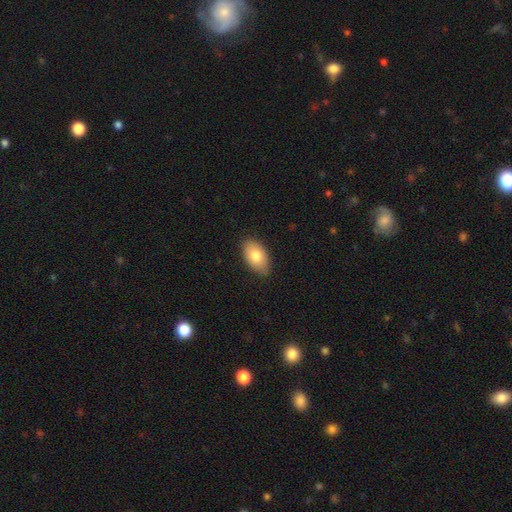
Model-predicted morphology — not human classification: Smooth or featured? Predicted: smooth (p=0.79). How rounded? Predicted: in between (p=0.93). Merging? Predicted: none (p=0.82).